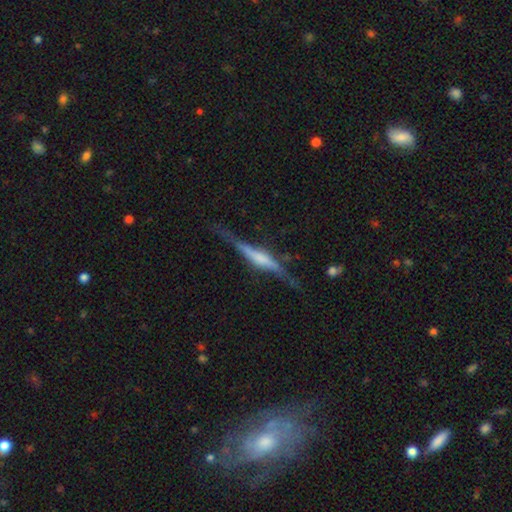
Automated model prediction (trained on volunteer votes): Overall: featured or disk (78%). Edge-on disk: yes (96%). Edge-on bulge: rounded (47%; boxy 41%). Merging: none (74%).